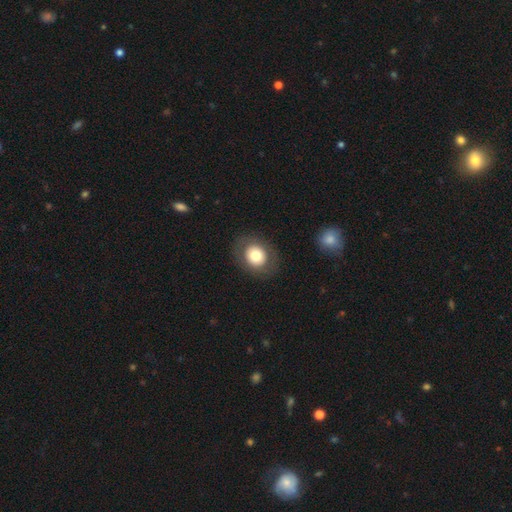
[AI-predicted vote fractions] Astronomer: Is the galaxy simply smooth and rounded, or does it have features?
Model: smooth — 72%.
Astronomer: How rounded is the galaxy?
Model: round — 61% (runner-up: in between, 39%).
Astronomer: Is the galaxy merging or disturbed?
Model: none — 85%.